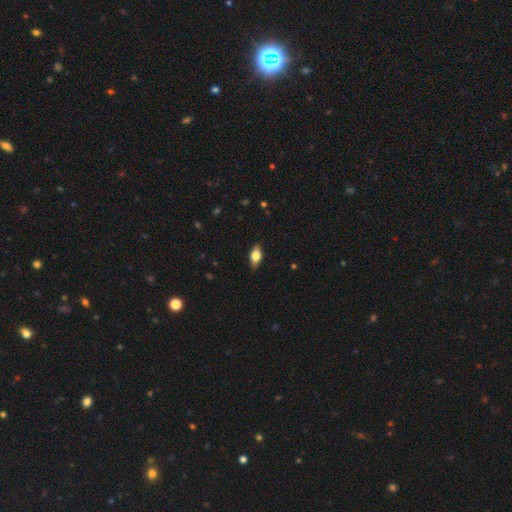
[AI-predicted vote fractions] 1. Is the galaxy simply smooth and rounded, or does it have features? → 67% smooth, 26% featured or disk, 7% star or artifact.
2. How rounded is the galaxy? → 83% in between, 13% cigar-shaped, 4% round.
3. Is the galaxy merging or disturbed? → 86% none, 11% minor disturbance, 2% major disturbance, 1% merger.